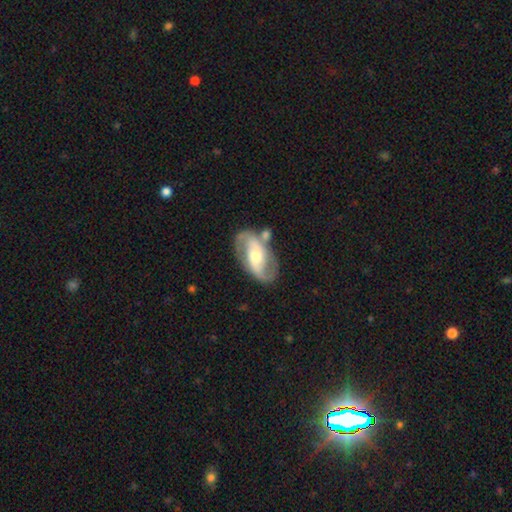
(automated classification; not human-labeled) This appears to be a featured or disk galaxy (83%) with a weak bar (35%, tied with no), 2 (91%) medium (47%) spiral arms (92%) and a moderate central bulge (58%). Merging: none (70%).